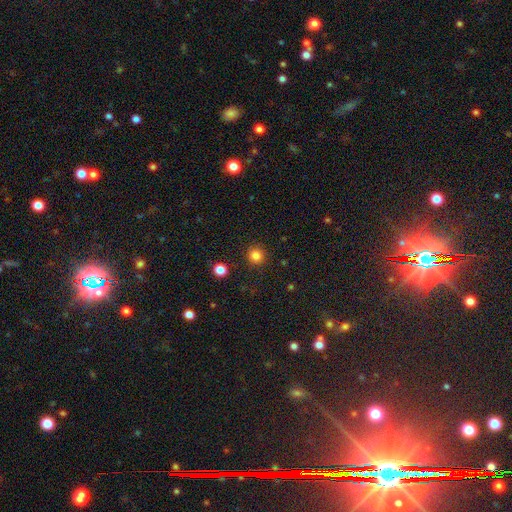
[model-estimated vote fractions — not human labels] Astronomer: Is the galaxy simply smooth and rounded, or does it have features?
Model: smooth — 83%.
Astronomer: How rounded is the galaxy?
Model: round — 91%.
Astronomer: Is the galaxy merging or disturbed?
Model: none — 90%.